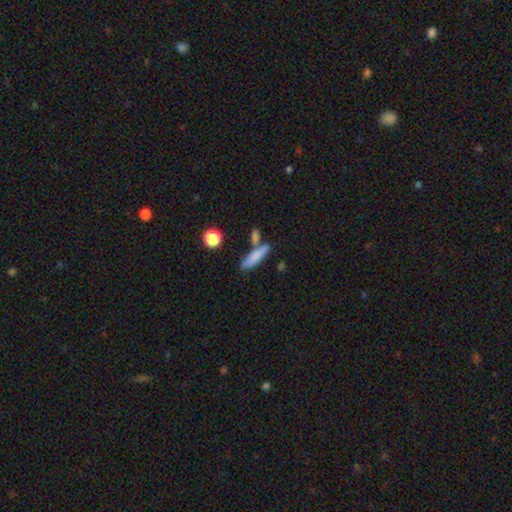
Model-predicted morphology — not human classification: The model was most divided on "merging": none: 64%, merger: 19%, minor disturbance: 13%, major disturbance: 4%. More confident: smooth or featured — smooth (77%); how rounded — cigar-shaped (73%).